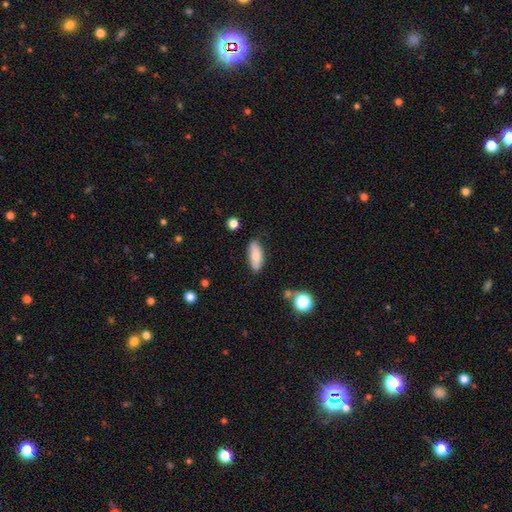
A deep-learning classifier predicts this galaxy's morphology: Smooth or featured?
  - smooth: 75% *
  - featured or disk: 18%
  - star or artifact: 7%
How rounded?
  - in between: 76% *
  - cigar-shaped: 21%
  - round: 3%
Merging?
  - none: 81% *
  - minor disturbance: 14%
  - major disturbance: 3%
  - merger: 2%